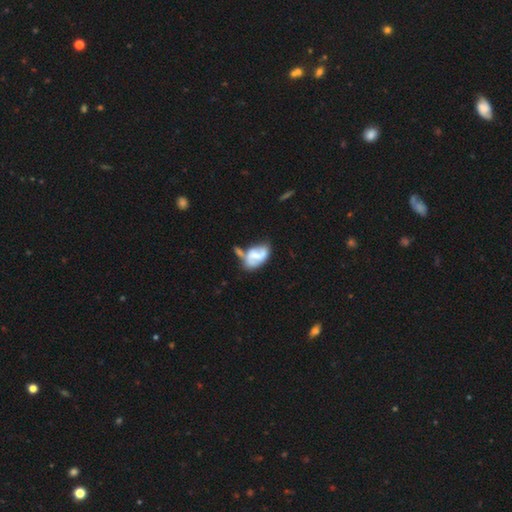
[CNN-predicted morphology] This appears to be a featured or disk galaxy (56%) with no bar (45%), spiral arms (71%) and a small central bulge (37%). Merging: merger (32%).